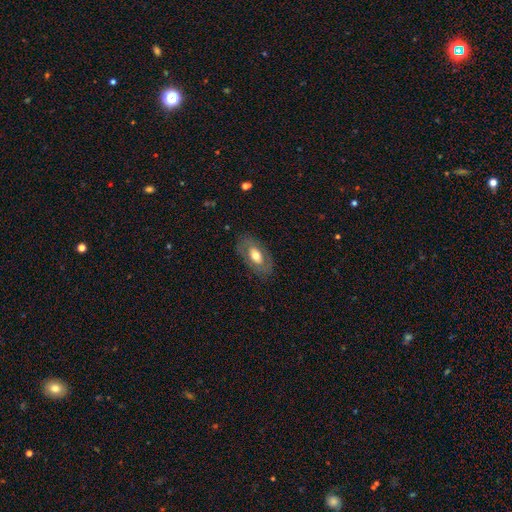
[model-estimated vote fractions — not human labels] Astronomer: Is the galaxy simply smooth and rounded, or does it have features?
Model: smooth — 51% (runner-up: featured or disk, 42%).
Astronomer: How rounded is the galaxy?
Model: in between — 90%.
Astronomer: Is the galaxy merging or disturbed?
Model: none — 80%.